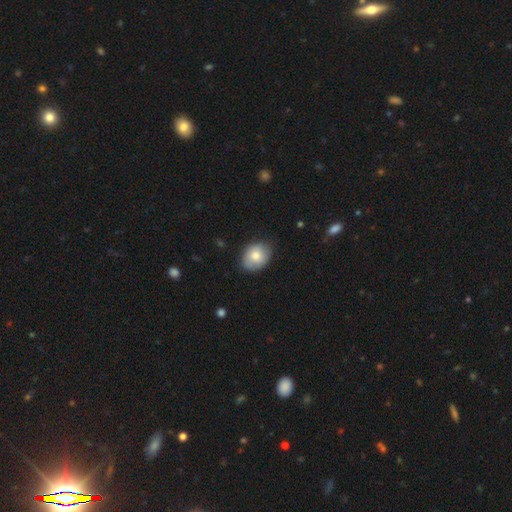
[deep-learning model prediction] Smooth or featured? Predicted: smooth (p=0.76). How rounded? Predicted: in between (p=0.60). Merging? Predicted: none (p=0.79).